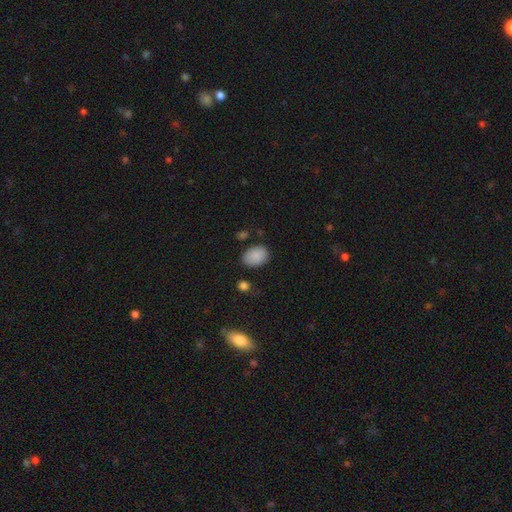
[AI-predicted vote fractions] A smooth galaxy with no disk features (88%) that is in between round and cigar-shaped (78%).

Vote fractions:
- Smooth or featured? smooth: 88% / star or artifact: 8% / featured or disk: 4%
- How rounded? in between: 78% / round: 21% / cigar-shaped: 1%
- Merging? none: 80% / minor disturbance: 14% / major disturbance: 3% / merger: 3%